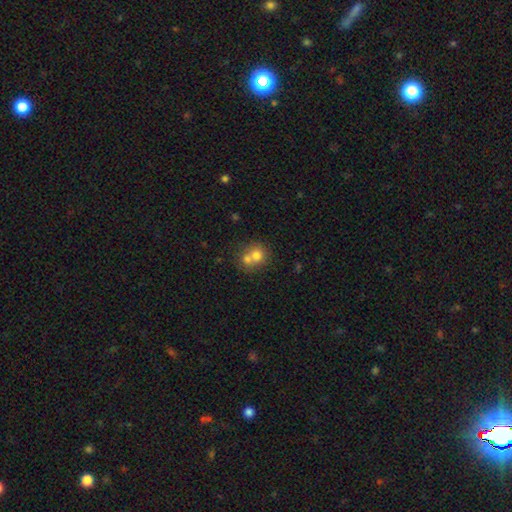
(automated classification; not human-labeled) smooth 71%, featured or disk 19%, star or artifact 11%. Down the decision tree: how rounded — round (79%); merging — merger (58%).